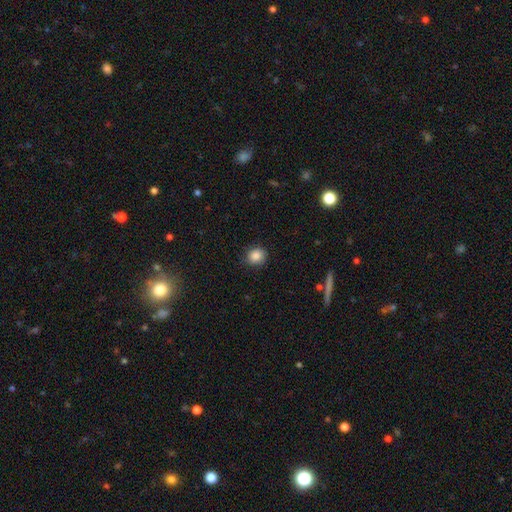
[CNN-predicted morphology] Smooth or featured? smooth (86%)
How rounded? round (79%)
Merging? none (83%)